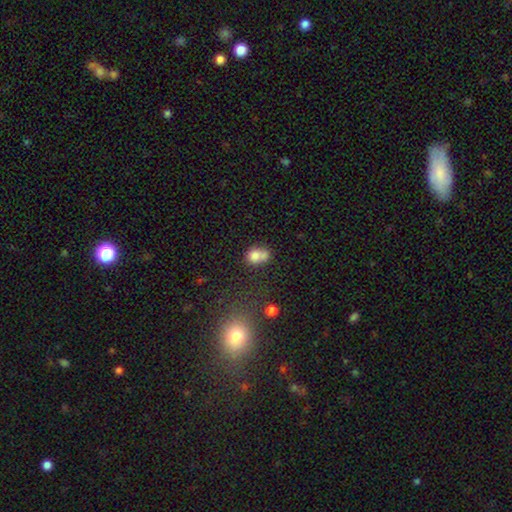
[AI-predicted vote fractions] smooth_or_featured: smooth (p=0.73) [alt: featured or disk p=0.15]
how_rounded: round (p=0.56) [alt: in between p=0.43]
merging: merger (p=0.52) [alt: none p=0.30]